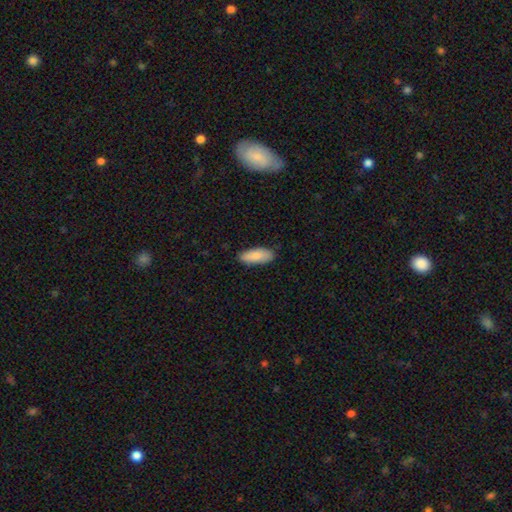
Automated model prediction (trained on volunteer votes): A smooth galaxy with no disk features (87%) that is in between round and cigar-shaped (77%).

Vote fractions:
- Smooth or featured? smooth: 87% / featured or disk: 7% / star or artifact: 6%
- How rounded? in between: 77% / cigar-shaped: 21% / round: 2%
- Merging? none: 85% / minor disturbance: 12% / major disturbance: 2% / merger: 1%